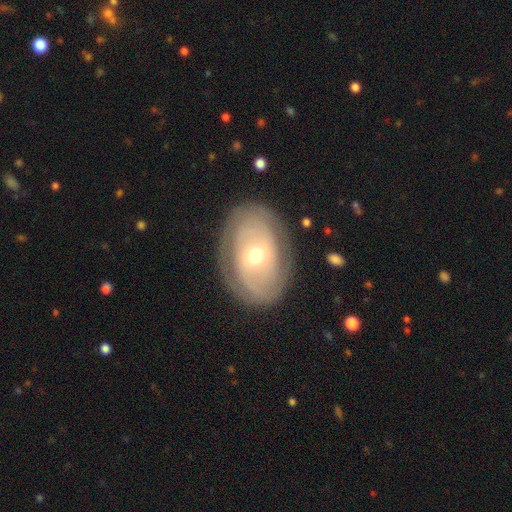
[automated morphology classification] This appears to be a featured or disk galaxy (70%) with no bar (67%), spiral arms (72%) and a moderate central bulge (57%). Merging: none (80%).